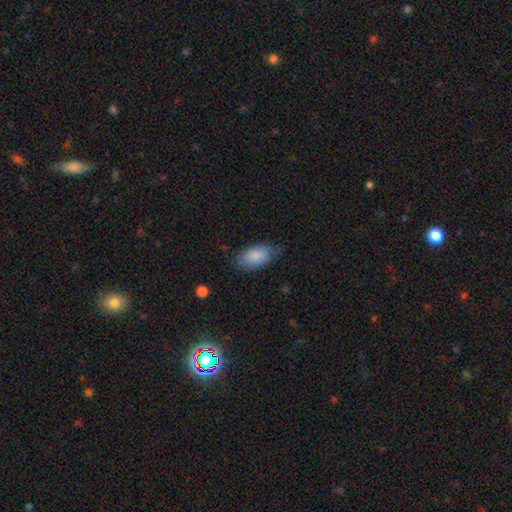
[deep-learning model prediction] smooth_or_featured: smooth (p=0.86) [alt: featured or disk p=0.08]
how_rounded: in between (p=0.93) [alt: cigar-shaped p=0.04]
merging: none (p=0.70) [alt: minor disturbance p=0.23]